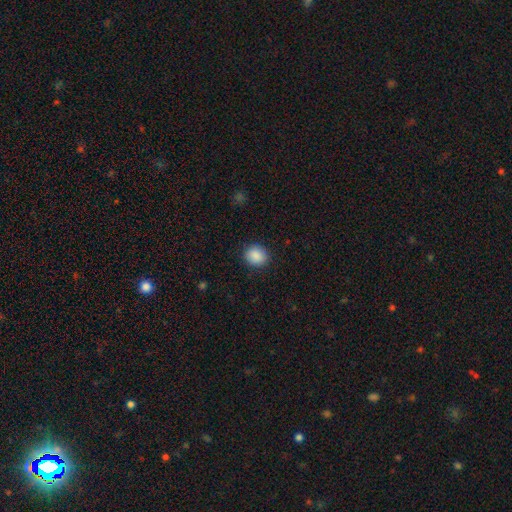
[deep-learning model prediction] Morphology: type=smooth (89%); roundness=round (79%); merging=none (90%).